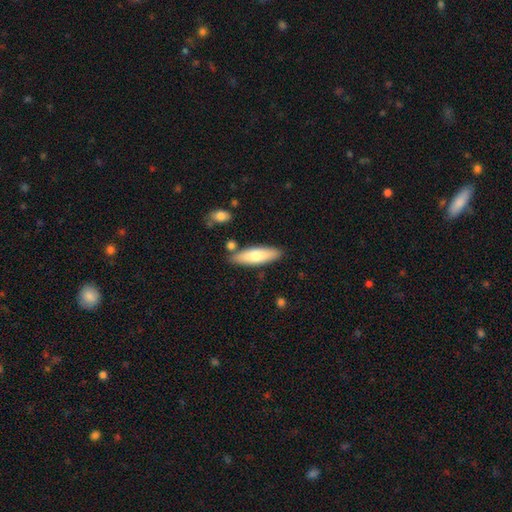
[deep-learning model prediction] The model was most divided on "how rounded": cigar-shaped: 54%, in between: 45%, round: 2%. More confident: merging — none (81%); smooth or featured — smooth (69%).